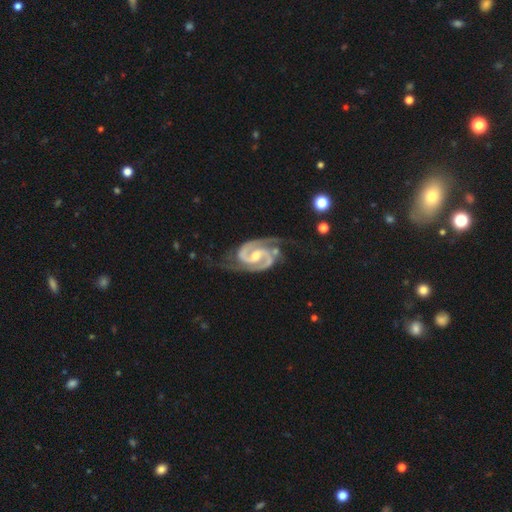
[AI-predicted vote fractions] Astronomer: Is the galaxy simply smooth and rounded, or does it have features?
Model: featured or disk — 95%.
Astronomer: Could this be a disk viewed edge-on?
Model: no — 98%.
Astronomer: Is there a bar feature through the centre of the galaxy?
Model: weak — 48% (runner-up: strong, 28%).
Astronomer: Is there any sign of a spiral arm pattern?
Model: yes — 99%.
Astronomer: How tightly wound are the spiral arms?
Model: medium — 54% (runner-up: tight, 37%).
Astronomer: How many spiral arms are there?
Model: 2 — 94%.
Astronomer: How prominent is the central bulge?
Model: moderate — 55% (runner-up: small, 37%).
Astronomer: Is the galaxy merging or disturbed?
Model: none — 67%.